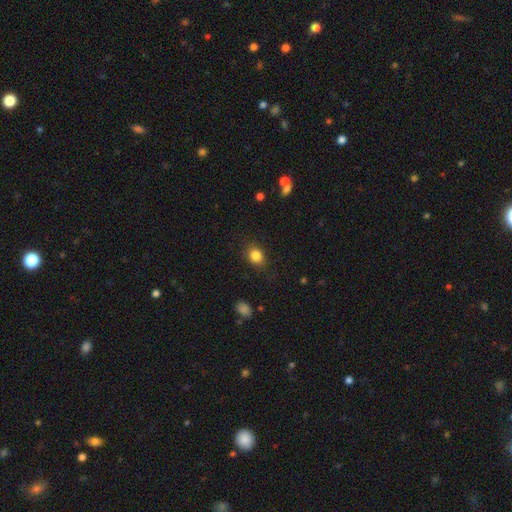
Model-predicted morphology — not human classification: Q: Smooth or featured?
A: smooth (84%); runner-up: star or artifact (10%)
Q: How rounded?
A: round (55%); runner-up: in between (44%)
Q: Merging?
A: none (83%); runner-up: minor disturbance (12%)